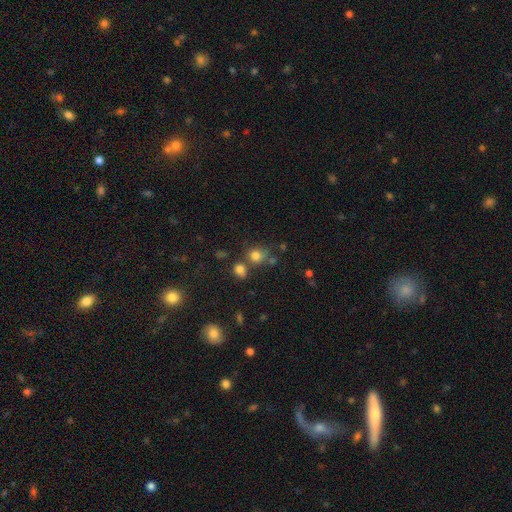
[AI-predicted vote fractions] smooth-or-featured: smooth: 78% | star or artifact: 15% | featured or disk: 7%
  how-rounded: round: 78% | in between: 21% | cigar-shaped: 1%
  merging: none: 61% | merger: 22% | minor disturbance: 12% | major disturbance: 5%